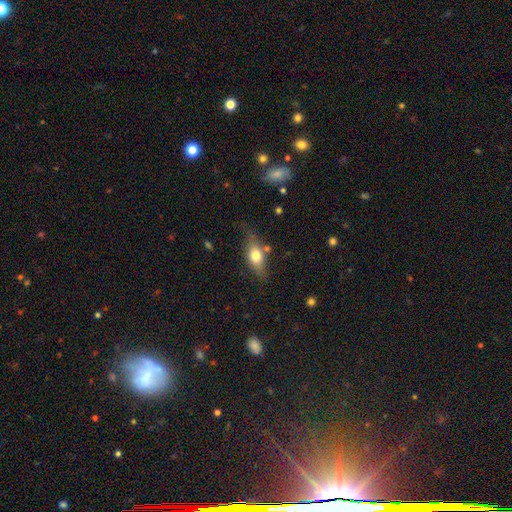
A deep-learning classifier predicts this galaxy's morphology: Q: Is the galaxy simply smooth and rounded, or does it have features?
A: smooth — 70%.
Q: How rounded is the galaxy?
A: in between — 78%.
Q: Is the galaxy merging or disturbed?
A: none — 66%.